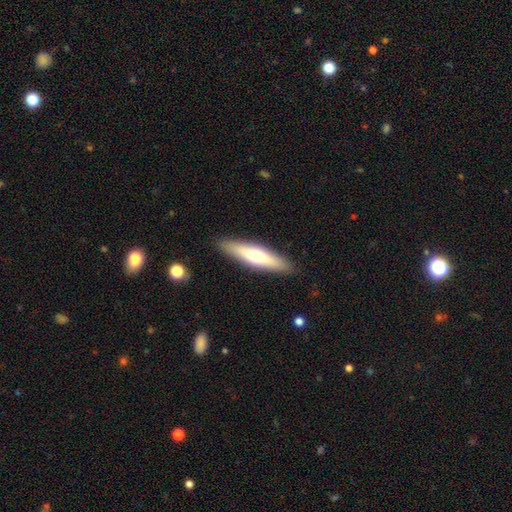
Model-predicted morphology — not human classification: A smooth galaxy with no disk features (52%) that is cigar-shaped (78%).

Vote fractions:
- Smooth or featured? smooth: 52% / featured or disk: 42% / star or artifact: 6%
- How rounded? cigar-shaped: 78% / in between: 21% / round: 2%
- Merging? none: 89% / minor disturbance: 8% / major disturbance: 2% / merger: 1%